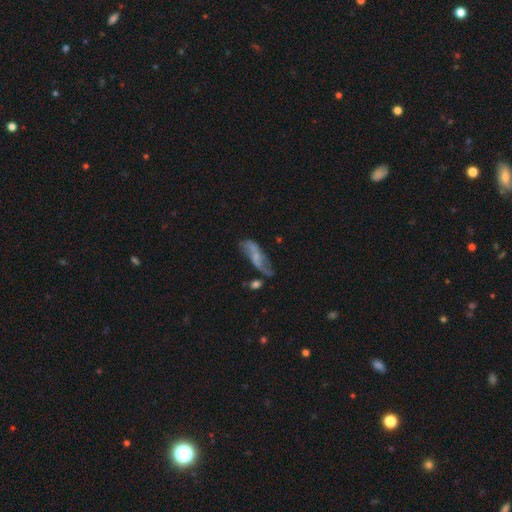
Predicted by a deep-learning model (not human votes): smooth_or_featured: featured or disk (p=0.54) [alt: smooth p=0.36]
disk_edge_on: no (p=0.81) [alt: yes p=0.19]
merging: none (p=0.46) [alt: minor disturbance p=0.26]